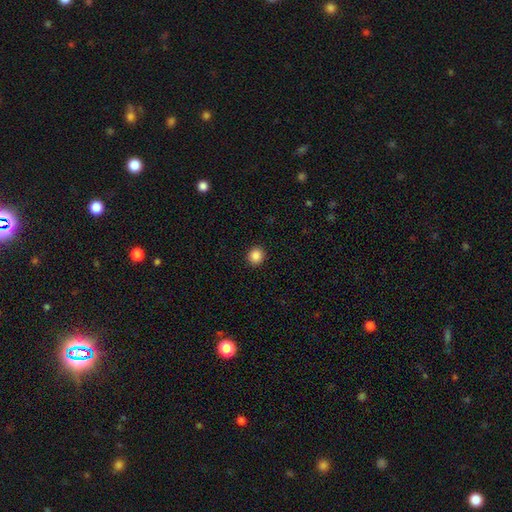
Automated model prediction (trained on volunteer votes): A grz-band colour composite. It shows a smooth galaxy with no disk features (87%) that is round (90%). Merging: none (93%).